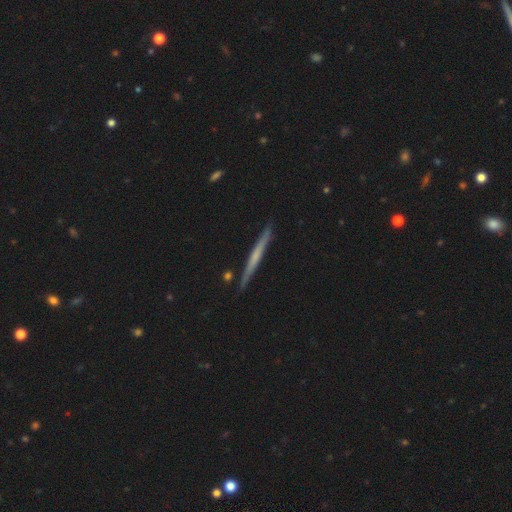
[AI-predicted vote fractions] Smooth or featured? Predicted: featured or disk (p=0.55). Edge-on disk? Predicted: yes (p=0.97). Edge-on bulge? Predicted: none (p=0.72). Merging? Predicted: none (p=0.89).